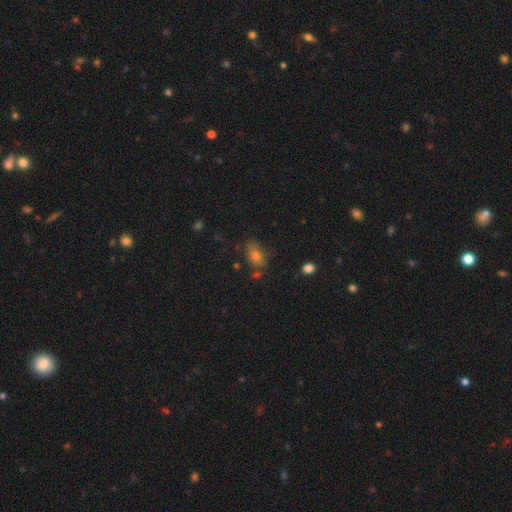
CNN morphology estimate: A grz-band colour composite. It shows a smooth galaxy with no disk features (64%) that is in between round and cigar-shaped (76%). Merging: none (64%).